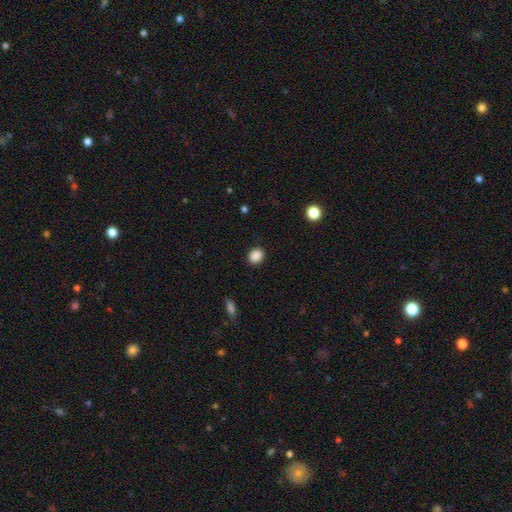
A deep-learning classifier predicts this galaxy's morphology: This is clearly a smooth galaxy (88%). How rounded: likely round (71%). Merging: clearly none (89%).